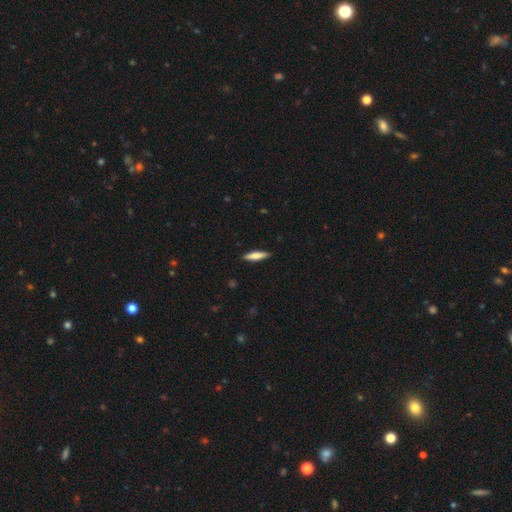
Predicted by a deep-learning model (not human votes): smooth 68%, featured or disk 27%, star or artifact 6%. Down the decision tree: how rounded — cigar-shaped (77%); merging — none (90%).